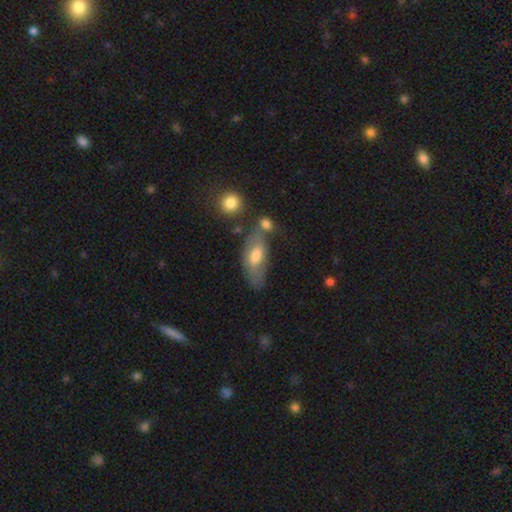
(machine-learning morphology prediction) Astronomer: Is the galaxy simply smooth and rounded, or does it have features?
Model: smooth — 59%.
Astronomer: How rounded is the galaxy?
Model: in between — 85%.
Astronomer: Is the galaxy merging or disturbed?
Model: none — 44% (runner-up: minor disturbance, 24%).